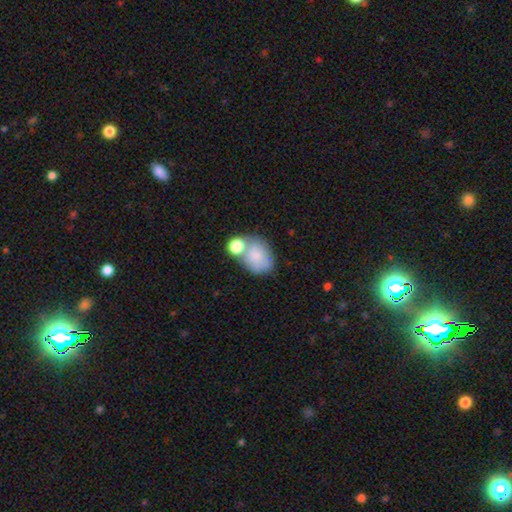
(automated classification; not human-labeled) Smooth or featured?
  - smooth: 76% *
  - featured or disk: 15%
  - star or artifact: 9%
How rounded?
  - in between: 59% *
  - round: 39%
  - cigar-shaped: 1%
Merging?
  - none: 42% *
  - merger: 34%
  - minor disturbance: 17%
  - major disturbance: 8%